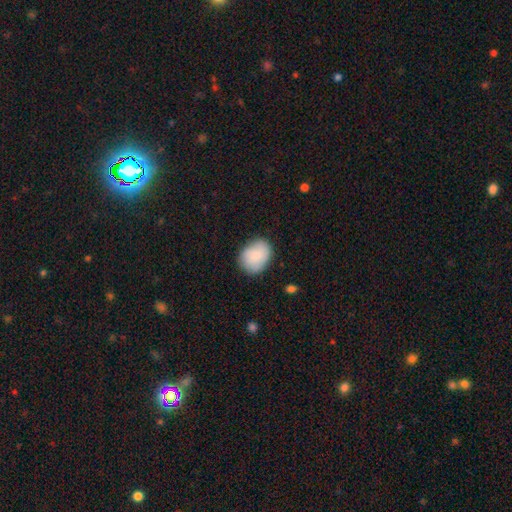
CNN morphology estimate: type=smooth (85%); roundness=in between (53%); merging=none (76%).